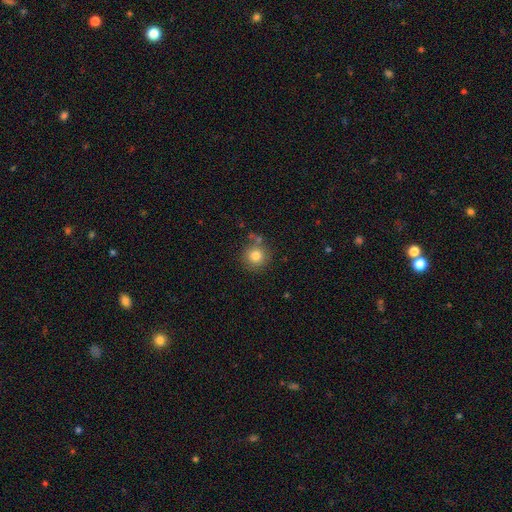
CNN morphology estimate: The model was most divided on "merging": none: 77%, minor disturbance: 11%, merger: 9%, major disturbance: 3%. More confident: how rounded — round (94%); smooth or featured — smooth (80%).